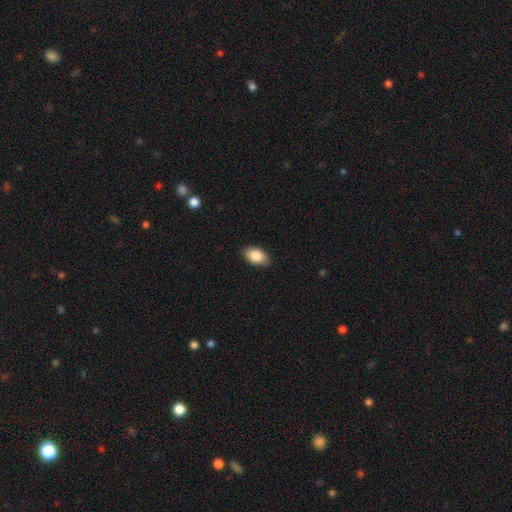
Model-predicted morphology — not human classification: smooth 86%, star or artifact 7%, featured or disk 7%. Down the decision tree: how rounded — in between (92%); merging — none (84%).